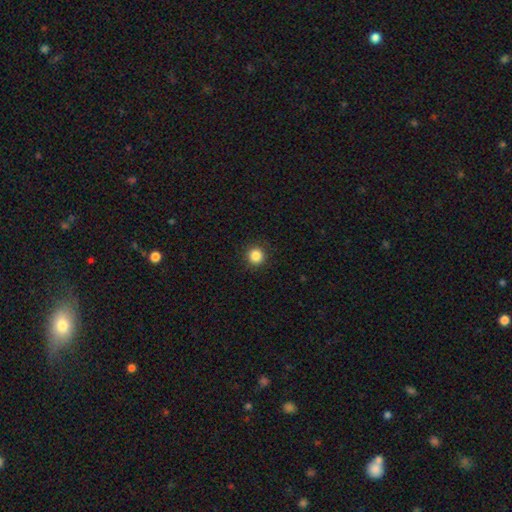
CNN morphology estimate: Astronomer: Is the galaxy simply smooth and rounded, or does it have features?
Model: smooth — 86%.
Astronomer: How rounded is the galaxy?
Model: round — 95%.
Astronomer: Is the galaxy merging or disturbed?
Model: none — 92%.